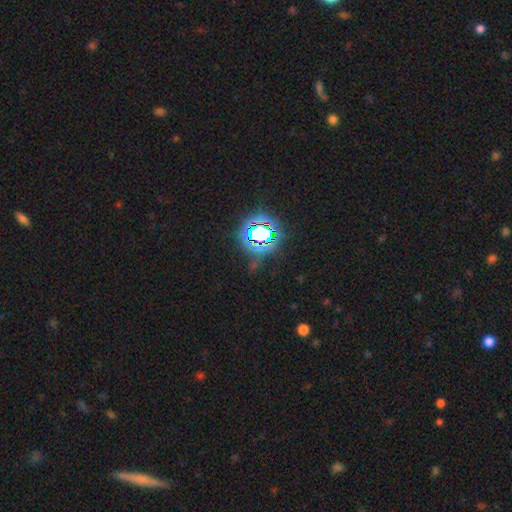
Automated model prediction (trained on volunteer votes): Smooth or featured: star or artifact — 80% (smooth — 12%)